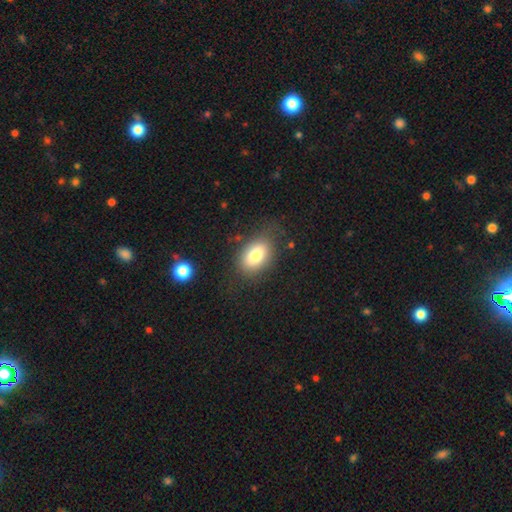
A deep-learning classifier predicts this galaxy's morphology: A smooth galaxy with no disk features (78%) that is in between round and cigar-shaped (85%).

Vote fractions:
- Smooth or featured? smooth: 78% / featured or disk: 13% / star or artifact: 9%
- How rounded? in between: 85% / round: 13% / cigar-shaped: 2%
- Merging? none: 74% / minor disturbance: 17% / major disturbance: 7% / merger: 2%